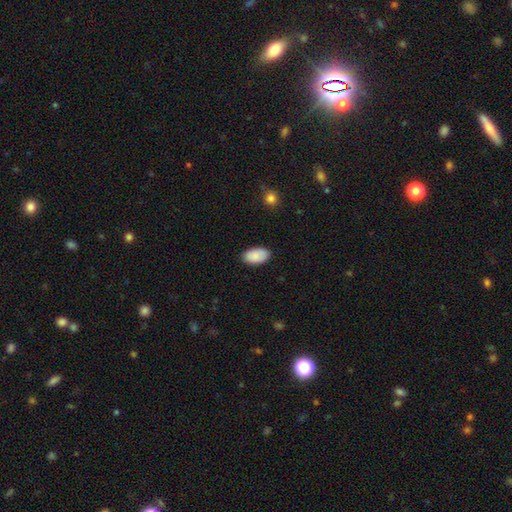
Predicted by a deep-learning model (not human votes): Smooth or featured: smooth — 89% (star or artifact — 6%)
How rounded: in between — 95% (round — 3%)
Merging: none — 86% (minor disturbance — 11%)